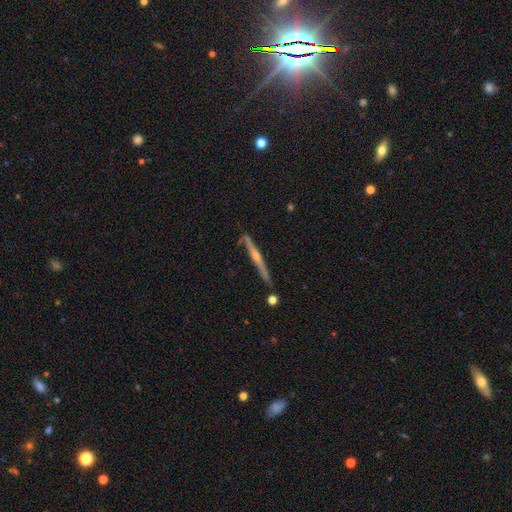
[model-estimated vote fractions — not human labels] This appears to be a featured or disk galaxy (74%) viewed edge-on (95%) with a rounded central bulge (77%). Merging: none (81%).